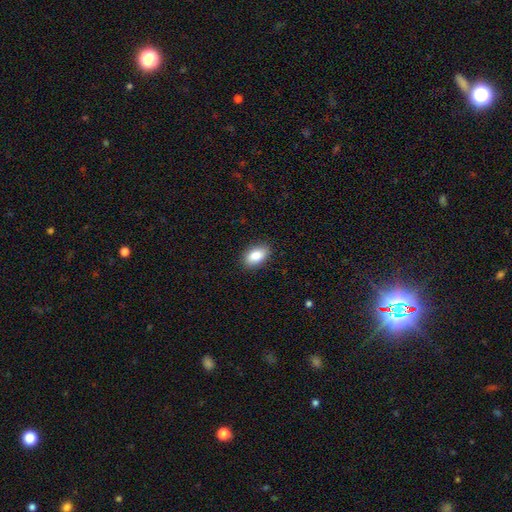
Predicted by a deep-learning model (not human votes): smooth 86%, star or artifact 7%, featured or disk 6%. Down the decision tree: how rounded — in between (91%); merging — none (87%).